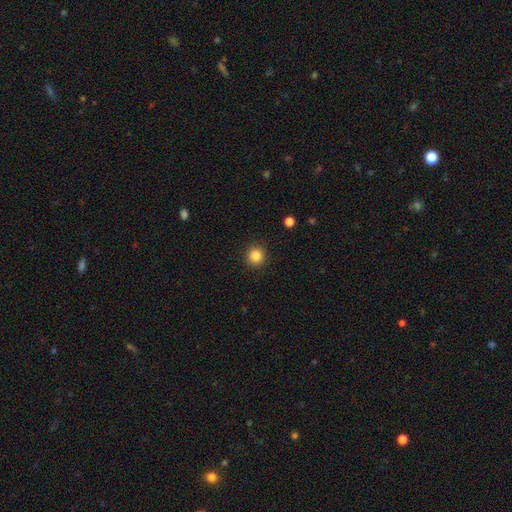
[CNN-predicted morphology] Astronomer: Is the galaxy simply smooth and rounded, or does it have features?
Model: smooth — 85%.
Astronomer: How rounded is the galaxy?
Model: round — 93%.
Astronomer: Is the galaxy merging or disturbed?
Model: none — 92%.